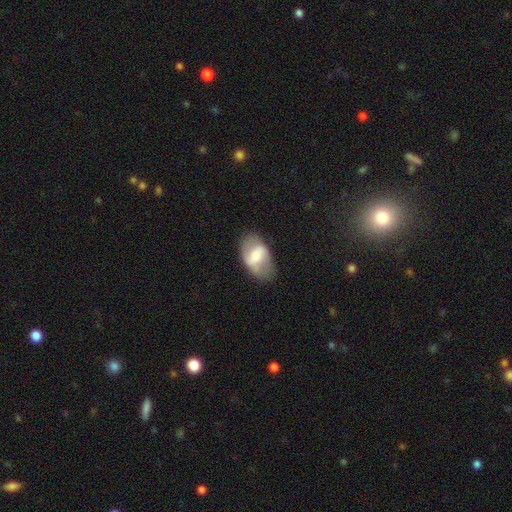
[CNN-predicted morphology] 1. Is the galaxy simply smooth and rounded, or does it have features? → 48% featured or disk, 45% smooth, 7% star or artifact.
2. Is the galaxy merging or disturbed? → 73% none, 19% minor disturbance, 7% major disturbance, 1% merger.